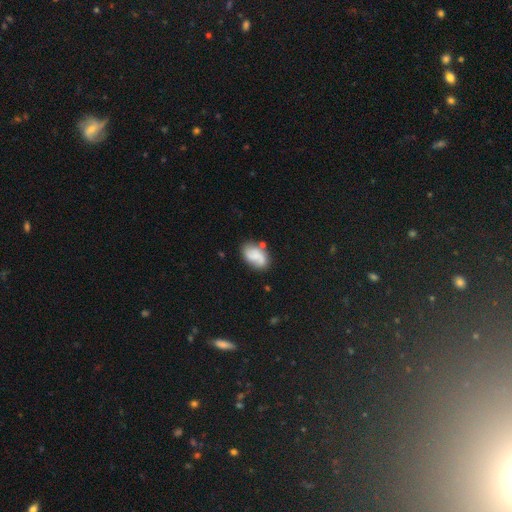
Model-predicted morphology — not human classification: This appears to be a smooth galaxy with no disk features (56%) that is in between round and cigar-shaped (88%). Merging: none (61%).